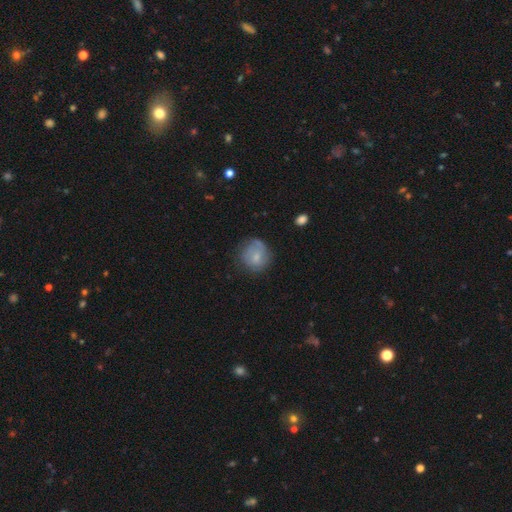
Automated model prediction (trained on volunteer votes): Morphology: type=smooth (66%); roundness=round (83%); merging=none (61%).